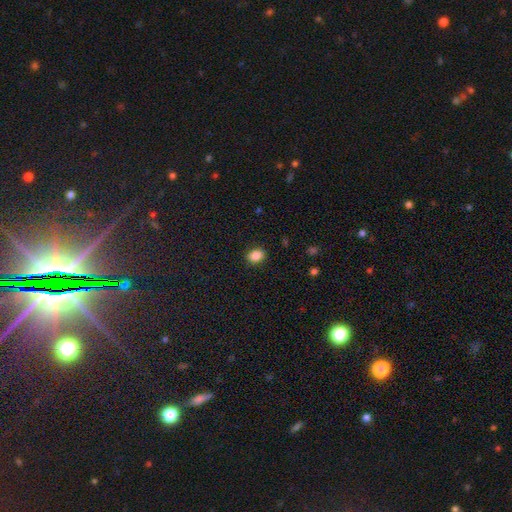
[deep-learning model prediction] Overall: smooth (87%). How rounded: in between (61%; round 38%). Merging: none (89%).